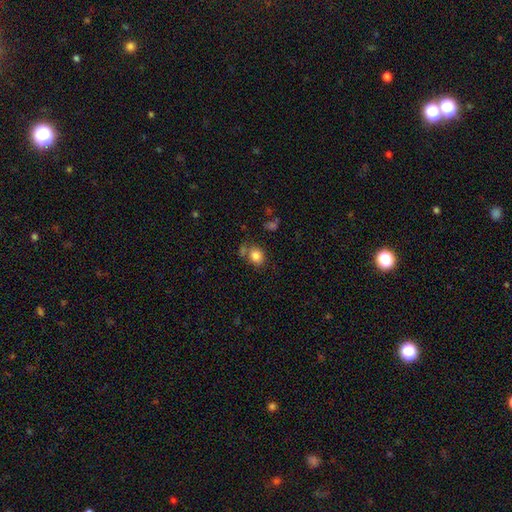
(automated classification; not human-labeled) smooth_or_featured: smooth (p=0.83) [alt: star or artifact p=0.10]
how_rounded: round (p=0.66) [alt: in between p=0.33]
merging: none (p=0.63) [alt: merger p=0.17]